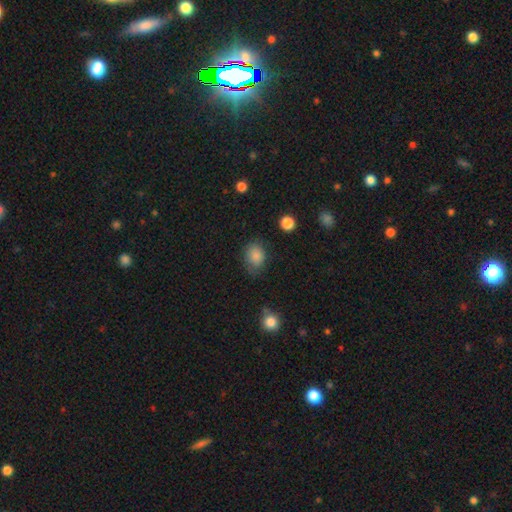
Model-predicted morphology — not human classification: Smooth or featured? smooth (85%)
How rounded? in between (62%)
Merging? none (69%)